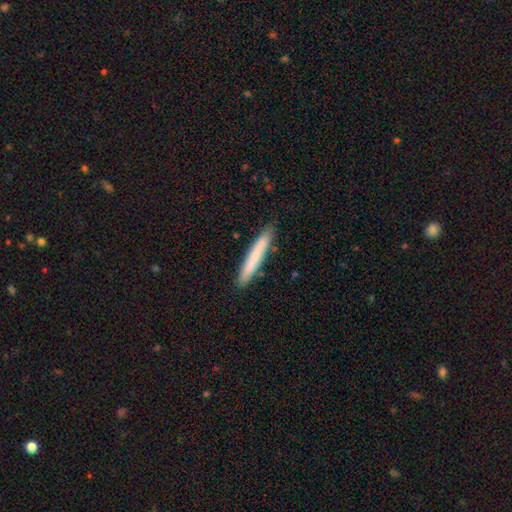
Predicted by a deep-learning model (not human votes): smooth 75%, featured or disk 19%, star or artifact 6%. Down the decision tree: how rounded — cigar-shaped (96%); merging — none (88%).